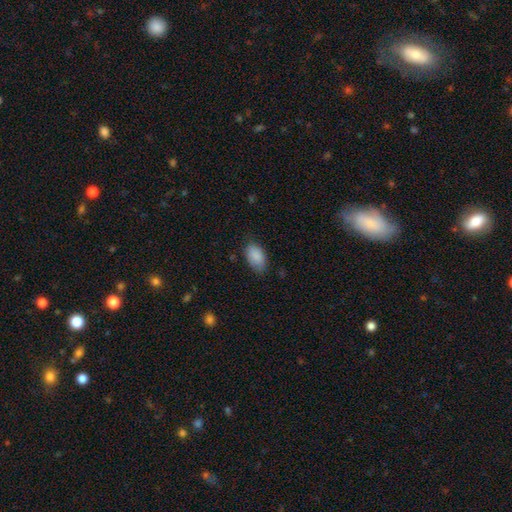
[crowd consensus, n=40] Q: Smooth or featured?
A: smooth (88%); runner-up: star or artifact (12%)
Q: How rounded?
A: in between (91%); runner-up: round (6%)
Q: Merging?
A: none (74%); runner-up: minor disturbance (23%)